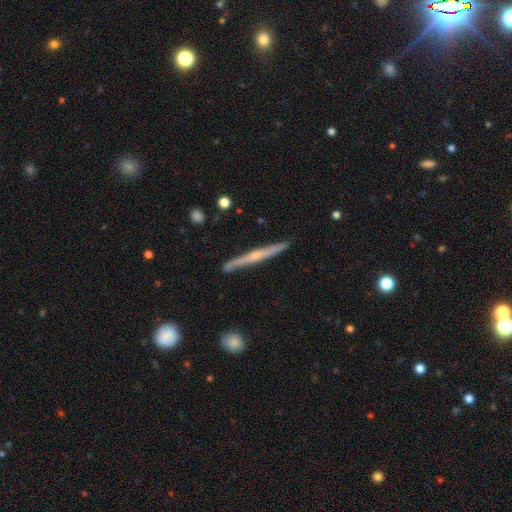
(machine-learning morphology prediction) Q: Smooth or featured?
A: featured or disk (73%); runner-up: smooth (21%)
Q: Edge-on disk?
A: yes (98%); runner-up: no (2%)
Q: Edge-on bulge?
A: rounded (72%); runner-up: none (22%)
Q: Merging?
A: none (89%); runner-up: minor disturbance (8%)